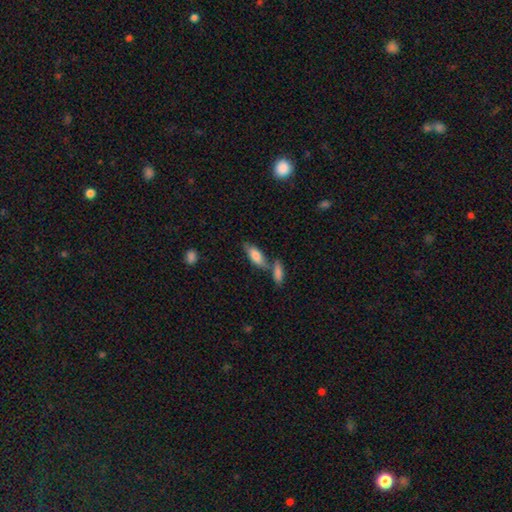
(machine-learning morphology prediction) Q: Smooth or featured?
A: smooth (74%); runner-up: featured or disk (19%)
Q: How rounded?
A: in between (73%); runner-up: cigar-shaped (25%)
Q: Merging?
A: none (53%); runner-up: merger (29%)